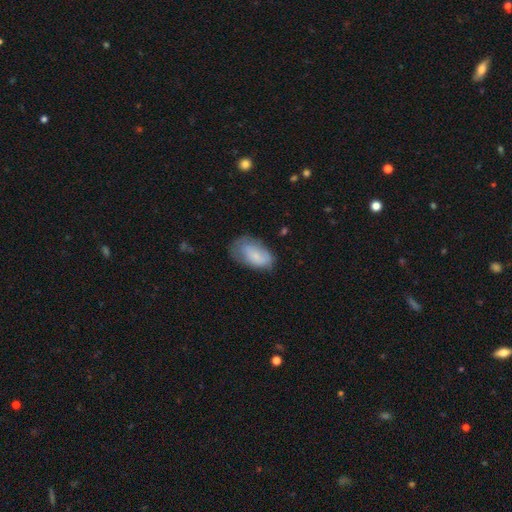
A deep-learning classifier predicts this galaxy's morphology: smooth 74%, featured or disk 19%, star or artifact 7%. Down the decision tree: how rounded — in between (93%); merging — none (50%).